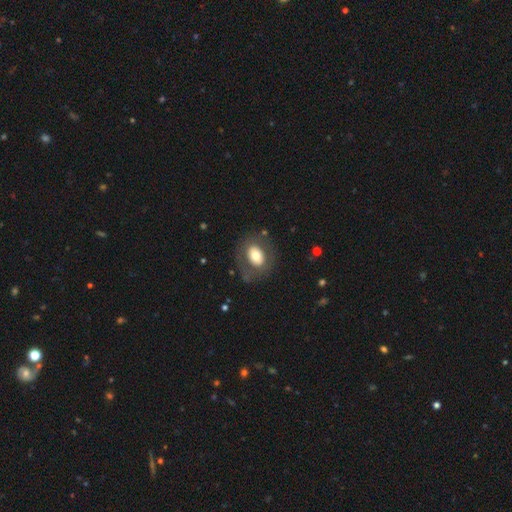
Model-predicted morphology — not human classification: Smooth or featured? smooth (63%)
How rounded? in between (74%)
Merging? none (73%)